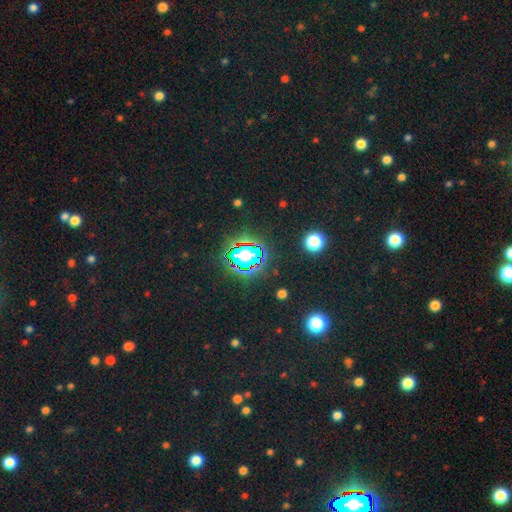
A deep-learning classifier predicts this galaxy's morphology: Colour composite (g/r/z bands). It shows a star or artifact, not a galaxy (76%).